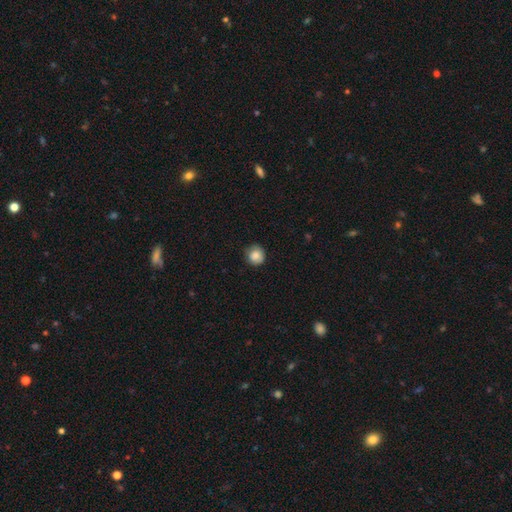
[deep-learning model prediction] smooth-or-featured: smooth: 86% | star or artifact: 9% | featured or disk: 6%
  how-rounded: round: 91% | in between: 8% | cigar-shaped: 1%
  merging: none: 77% | minor disturbance: 18% | major disturbance: 3% | merger: 1%